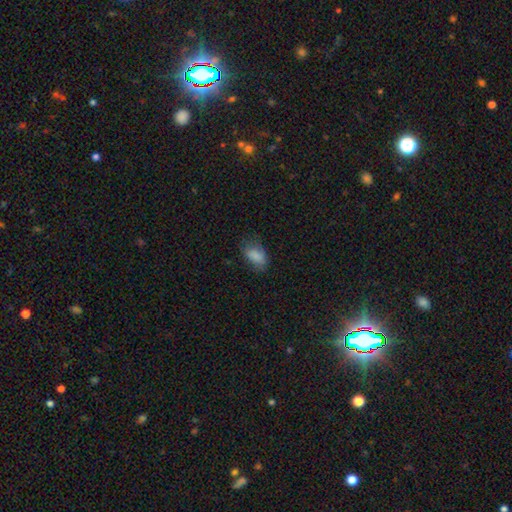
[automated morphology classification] smooth-or-featured: smooth: 84% | star or artifact: 8% | featured or disk: 8%
  how-rounded: in between: 91% | round: 6% | cigar-shaped: 3%
  merging: none: 64% | minor disturbance: 25% | major disturbance: 9% | merger: 1%